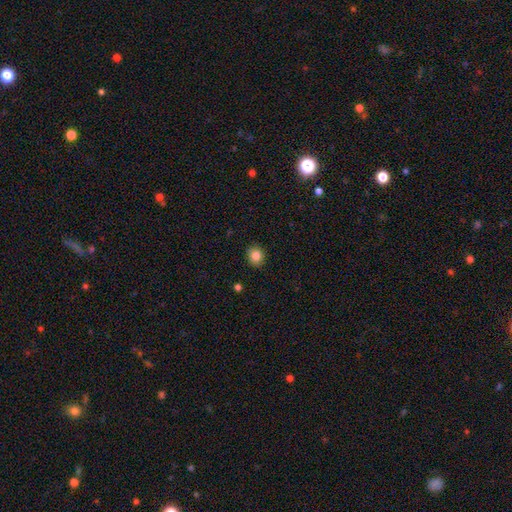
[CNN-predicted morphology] The model was most divided on "how rounded": round: 81%, in between: 19%, cigar-shaped: 1%. More confident: merging — none (90%); smooth or featured — smooth (85%).